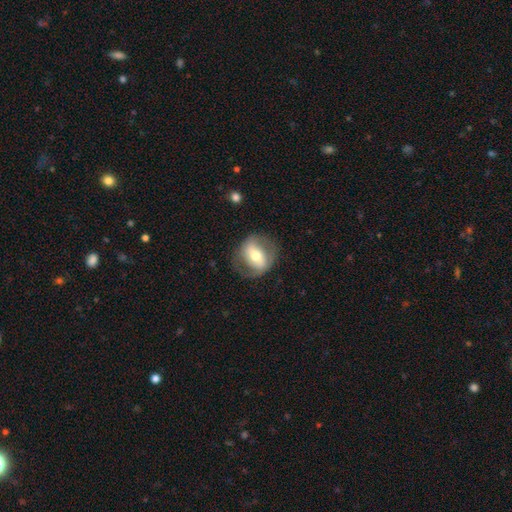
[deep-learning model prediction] Smooth or featured: featured or disk — 57% (smooth — 37%)
Edge-on disk: no — 91% (yes — 9%)
Bar: strong — 48% (weak — 29%)
Spiral arms: no — 52% (yes — 48%)
Bulge size: moderate — 67% (small — 20%)
Merging: none — 72% (minor disturbance — 16%)